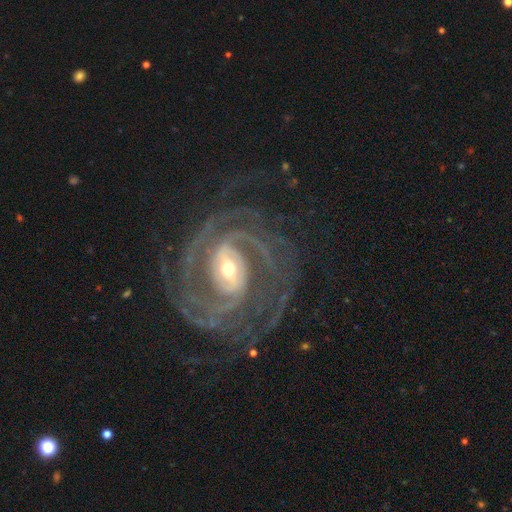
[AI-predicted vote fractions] smooth_or_featured: featured or disk (p=0.91) [alt: star or artifact p=0.05]
disk_edge_on: no (p=0.97) [alt: yes p=0.03]
bar: strong (p=0.40) [alt: weak p=0.35]
has_spiral_arms: yes (p=0.98) [alt: no p=0.02]
spiral_winding: tight (p=0.66) [alt: medium p=0.29]
spiral_arm_count: 2 (p=0.33) [alt: 3 p=0.23]
bulge_size: moderate (p=0.50) [alt: small p=0.42]
merging: none (p=0.71) [alt: minor disturbance p=0.15]